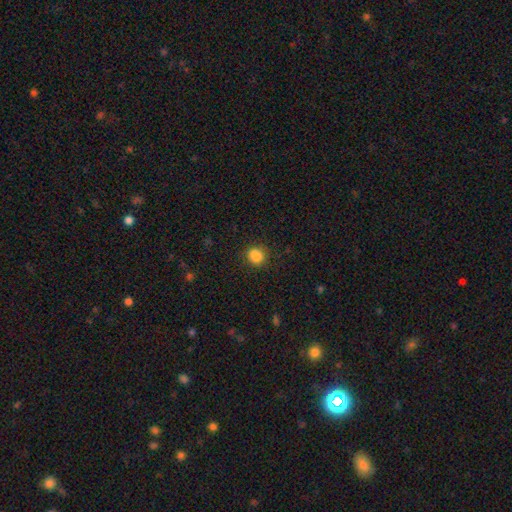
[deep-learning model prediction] Overall: smooth (84%). How rounded: round (68%; in between 31%). Merging: none (80%).